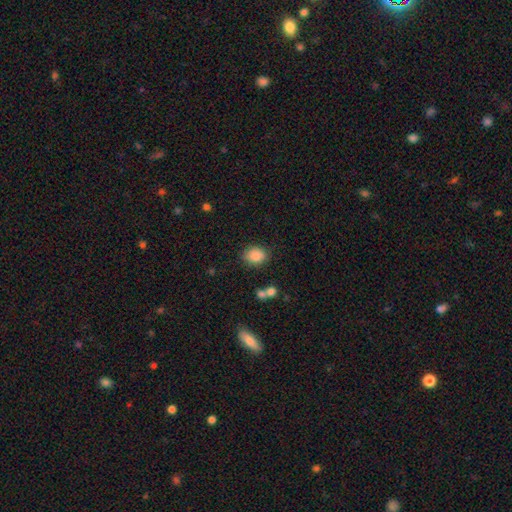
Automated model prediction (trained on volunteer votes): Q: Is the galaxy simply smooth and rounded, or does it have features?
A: smooth — 86%.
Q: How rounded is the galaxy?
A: in between — 62%.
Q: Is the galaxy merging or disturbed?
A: none — 77%.